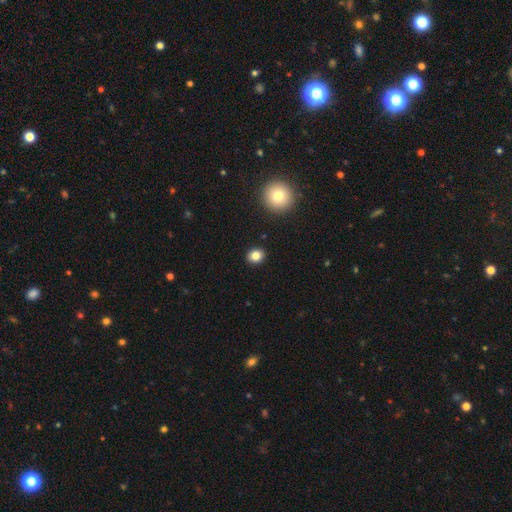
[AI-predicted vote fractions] A smooth galaxy with no disk features (83%) that is round (66%).

Vote fractions:
- Smooth or featured? smooth: 83% / star or artifact: 11% / featured or disk: 6%
- How rounded? round: 66% / in between: 33% / cigar-shaped: 1%
- Merging? none: 91% / minor disturbance: 6% / major disturbance: 2% / merger: 1%